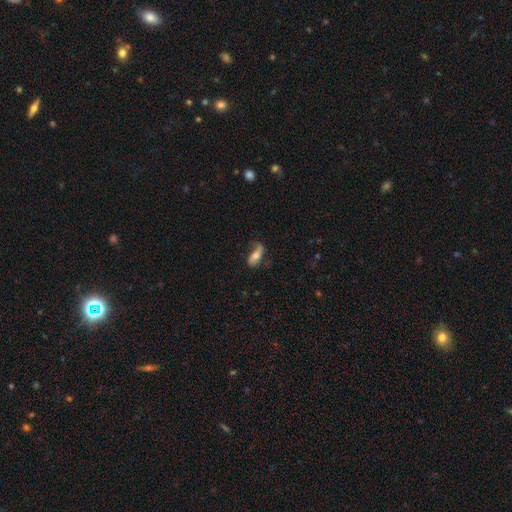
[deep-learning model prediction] Smooth or featured?
  - smooth: 49% *
  - featured or disk: 44%
  - star or artifact: 8%
Merging?
  - none: 51% *
  - minor disturbance: 28%
  - major disturbance: 19%
  - merger: 3%